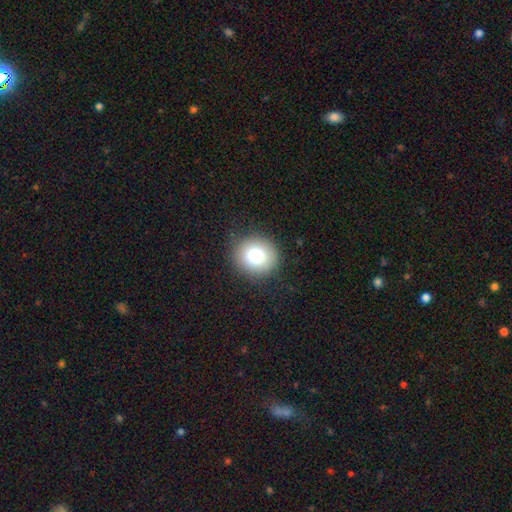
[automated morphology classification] Smooth or featured? Predicted: smooth (p=0.77). How rounded? Predicted: round (p=0.88). Merging? Predicted: none (p=0.87).